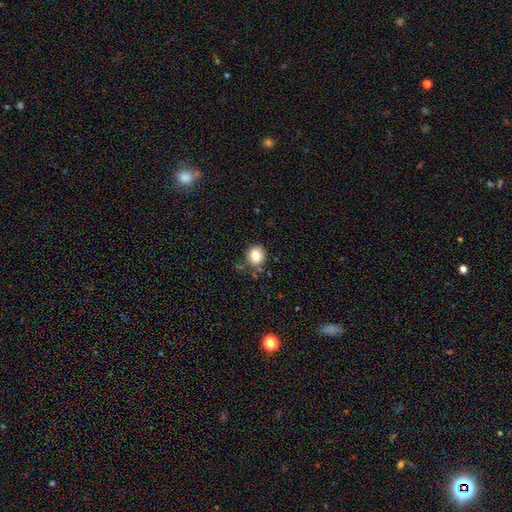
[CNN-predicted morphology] smooth-or-featured: smooth: 81% | star or artifact: 10% | featured or disk: 8%
  how-rounded: round: 88% | in between: 11% | cigar-shaped: 1%
  merging: none: 82% | minor disturbance: 11% | merger: 4% | major disturbance: 3%